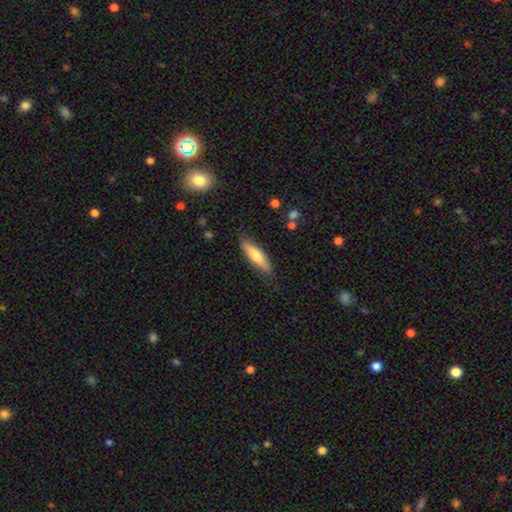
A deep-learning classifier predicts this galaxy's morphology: Smooth or featured? smooth (65%)
How rounded? cigar-shaped (61%)
Merging? none (82%)